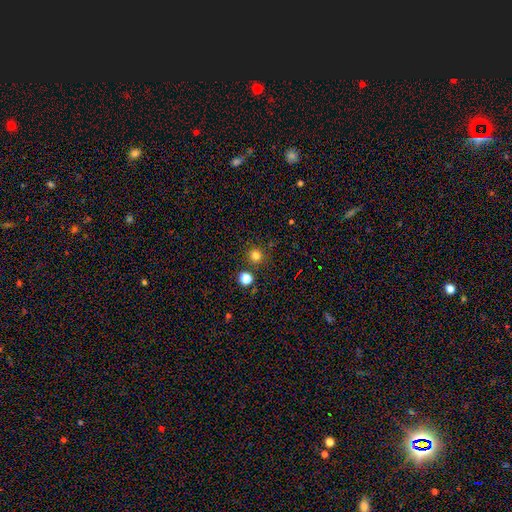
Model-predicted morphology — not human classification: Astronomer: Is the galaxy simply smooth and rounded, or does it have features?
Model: smooth — 79%.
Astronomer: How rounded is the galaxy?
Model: round — 92%.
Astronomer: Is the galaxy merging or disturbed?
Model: none — 85%.